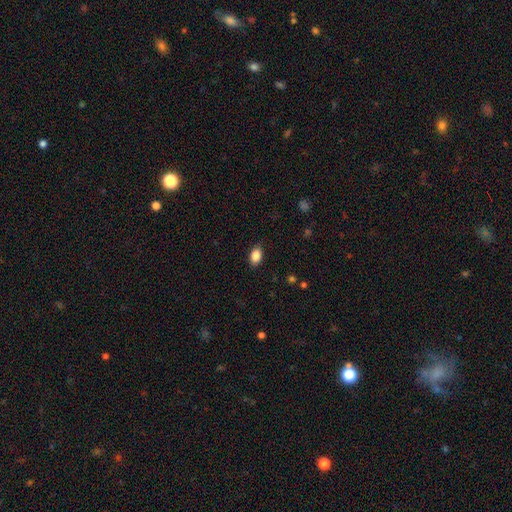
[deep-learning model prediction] Q: Smooth or featured?
A: smooth (87%); runner-up: star or artifact (8%)
Q: How rounded?
A: in between (86%); runner-up: round (13%)
Q: Merging?
A: none (86%); runner-up: minor disturbance (10%)